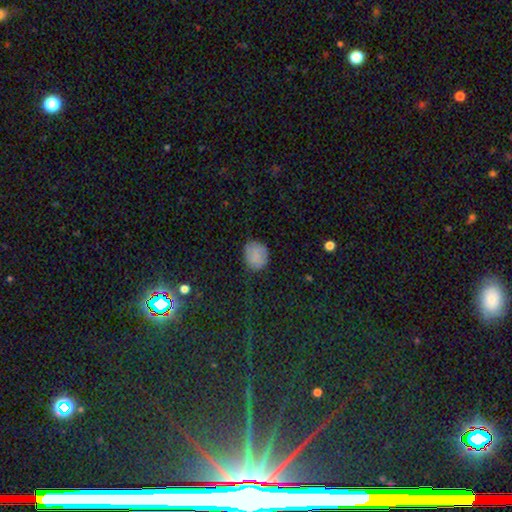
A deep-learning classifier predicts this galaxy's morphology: The model was most divided on "how rounded": round: 59%, in between: 40%, cigar-shaped: 1%. More confident: smooth or featured — smooth (79%); merging — none (77%).